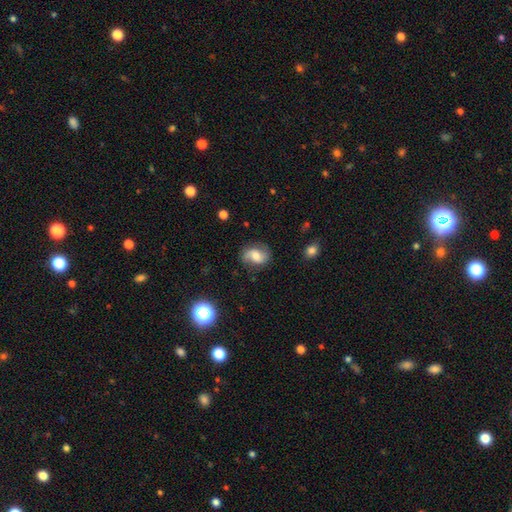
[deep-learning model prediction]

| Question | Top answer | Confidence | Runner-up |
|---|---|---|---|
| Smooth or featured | featured or disk | 55% | smooth (36%) |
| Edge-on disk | no | 97% | yes (3%) |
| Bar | no | 47% | weak (41%) |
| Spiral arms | yes | 90% | no (10%) |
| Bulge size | moderate | 56% | small (21%) |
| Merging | none | 74% | minor disturbance (18%) |